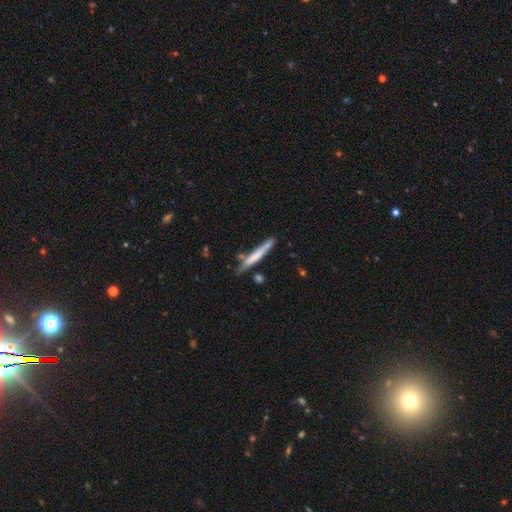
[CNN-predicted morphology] A smooth galaxy with no disk features (60%) that is cigar-shaped (95%).

Vote fractions:
- Smooth or featured? smooth: 60% / featured or disk: 35% / star or artifact: 6%
- How rounded? cigar-shaped: 95% / in between: 4% / round: 1%
- Merging? none: 71% / minor disturbance: 18% / merger: 7% / major disturbance: 4%